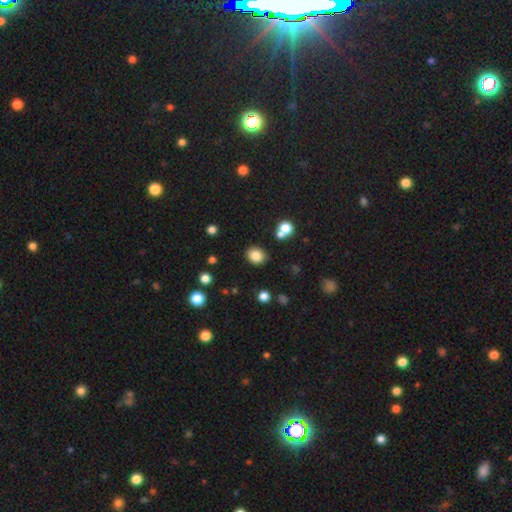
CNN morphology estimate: The model was most divided on "how rounded": round: 68%, in between: 31%, cigar-shaped: 1%. More confident: merging — none (83%); smooth or featured — smooth (83%).